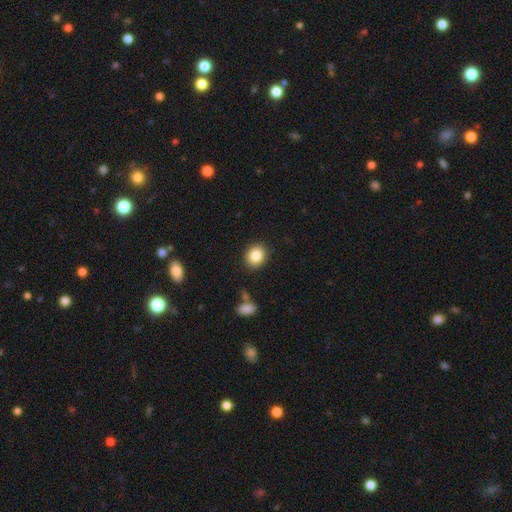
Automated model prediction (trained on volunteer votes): This is clearly a smooth galaxy (85%). How rounded: likely round (61%). Merging: clearly none (88%).